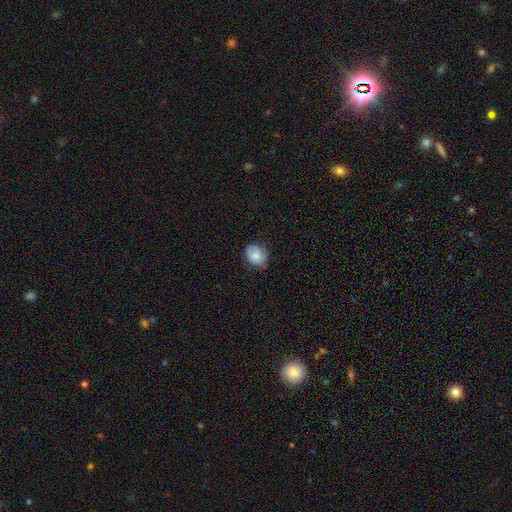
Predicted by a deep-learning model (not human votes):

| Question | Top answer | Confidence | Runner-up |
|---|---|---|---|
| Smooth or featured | smooth | 78% | featured or disk (14%) |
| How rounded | round | 65% | in between (34%) |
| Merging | none | 75% | minor disturbance (20%) |